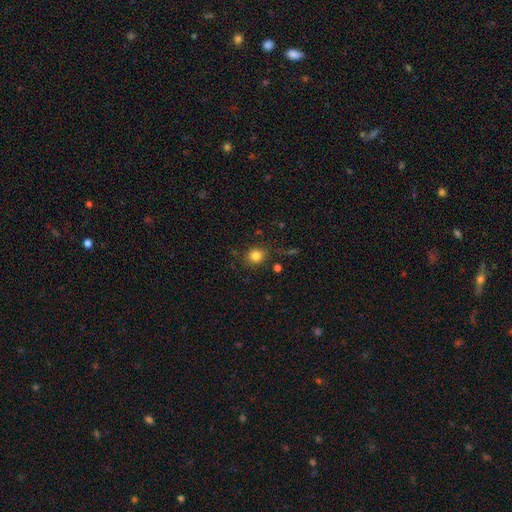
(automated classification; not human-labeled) The model was most divided on "how rounded": round: 79%, in between: 20%, cigar-shaped: 1%. More confident: merging — none (83%); smooth or featured — smooth (82%).